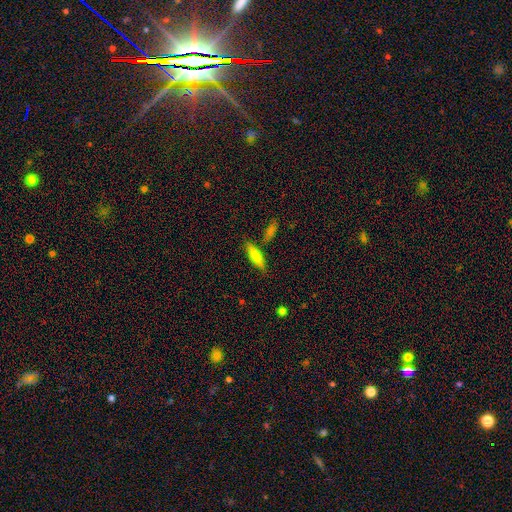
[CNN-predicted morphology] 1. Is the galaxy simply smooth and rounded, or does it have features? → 68% smooth, 25% featured or disk, 7% star or artifact.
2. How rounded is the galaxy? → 53% cigar-shaped, 44% in between, 2% round.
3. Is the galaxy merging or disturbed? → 74% none, 14% minor disturbance, 8% merger, 3% major disturbance.